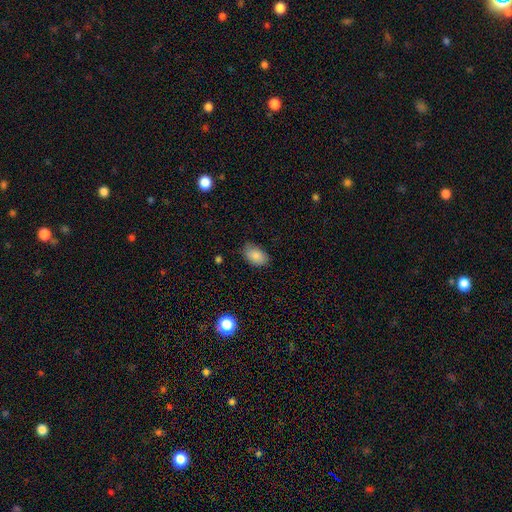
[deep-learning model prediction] Smooth or featured: smooth — 86% (star or artifact — 8%)
How rounded: in between — 90% (round — 8%)
Merging: none — 78% (minor disturbance — 17%)